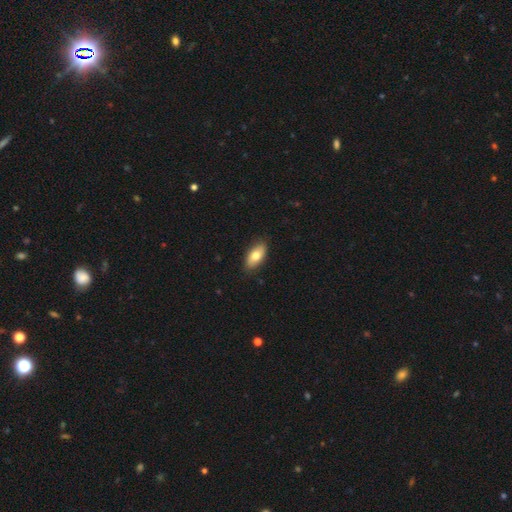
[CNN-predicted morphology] Smooth or featured? Predicted: smooth (p=0.75). How rounded? Predicted: in between (p=0.90). Merging? Predicted: none (p=0.87).